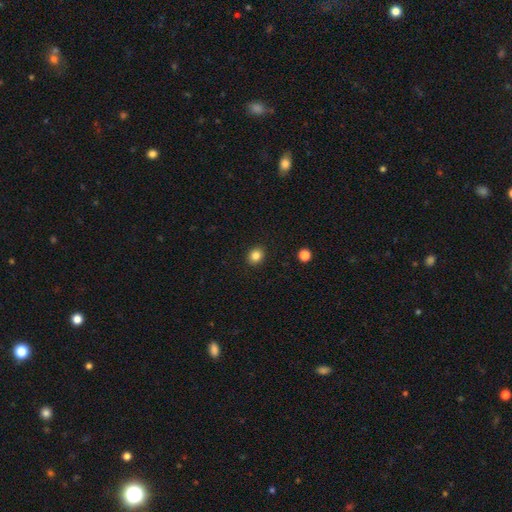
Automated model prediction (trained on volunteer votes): Smooth or featured? smooth (85%)
How rounded? round (63%)
Merging? none (92%)